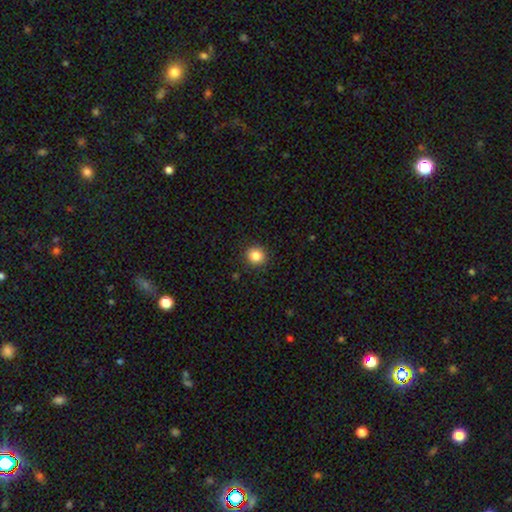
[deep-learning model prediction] smooth-or-featured: smooth: 85% | star or artifact: 10% | featured or disk: 5%
  how-rounded: round: 91% | in between: 8% | cigar-shaped: 1%
  merging: none: 92% | minor disturbance: 6% | major disturbance: 2% | merger: 1%